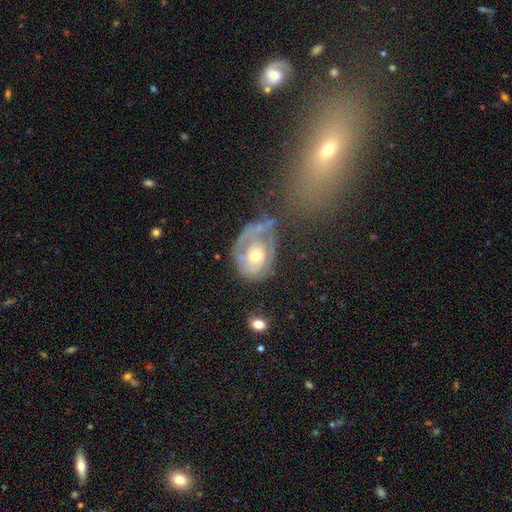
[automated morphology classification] featured or disk 62%, smooth 30%, star or artifact 8%. Down the decision tree: edge-on disk — no (96%); bar — no (83%); spiral arms — yes (52%); bulge size — moderate (66%); merging — major disturbance (34%).